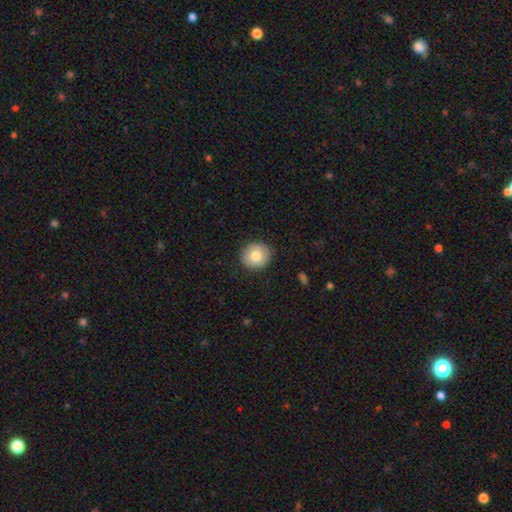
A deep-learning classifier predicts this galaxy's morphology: type=smooth (81%); roundness=round (89%); merging=none (89%).